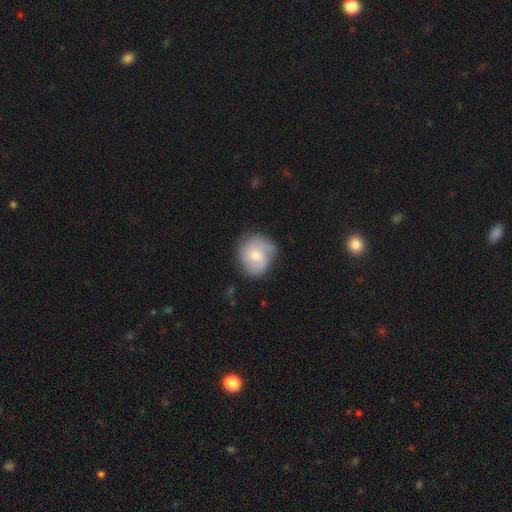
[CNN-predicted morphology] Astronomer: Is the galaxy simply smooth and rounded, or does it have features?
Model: featured or disk — 49% (runner-up: smooth, 44%).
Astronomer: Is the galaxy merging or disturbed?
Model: none — 63%.